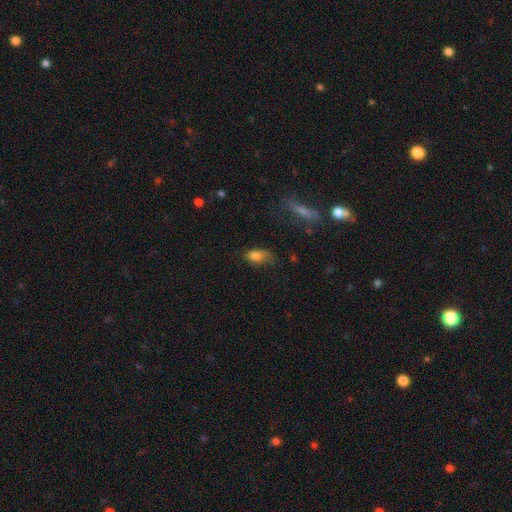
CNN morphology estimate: A smooth galaxy with no disk features (79%) that is in between round and cigar-shaped (83%).

Vote fractions:
- Smooth or featured? smooth: 79% / featured or disk: 11% / star or artifact: 10%
- How rounded? in between: 83% / round: 11% / cigar-shaped: 7%
- Merging? none: 48% / minor disturbance: 33% / major disturbance: 16% / merger: 3%